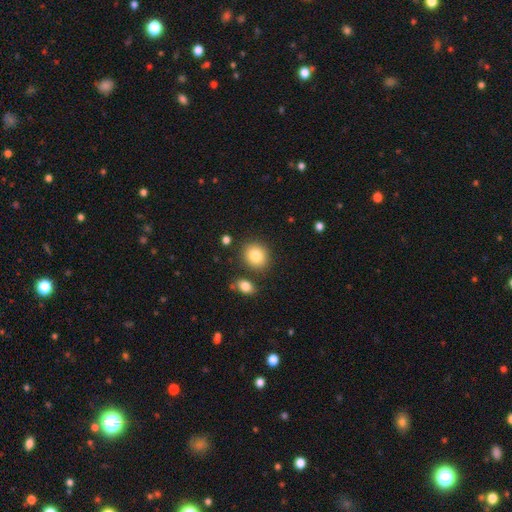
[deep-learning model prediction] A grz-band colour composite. It shows a smooth galaxy with no disk features (83%) that is round (69%). Merging: none (82%).